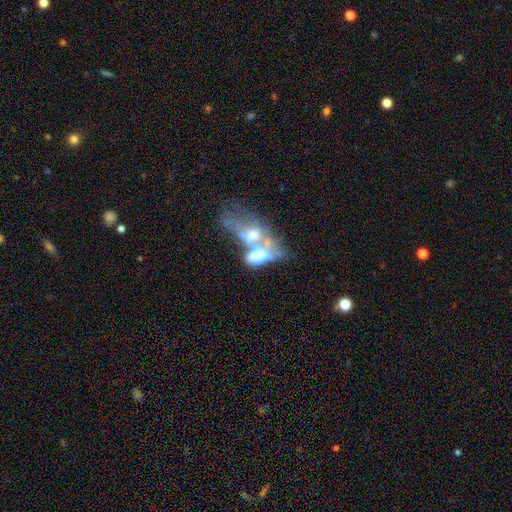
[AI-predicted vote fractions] Q: Smooth or featured?
A: featured or disk (51%); runner-up: smooth (34%)
Q: Edge-on disk?
A: no (93%); runner-up: yes (7%)
Q: Merging?
A: merger (63%); runner-up: major disturbance (18%)